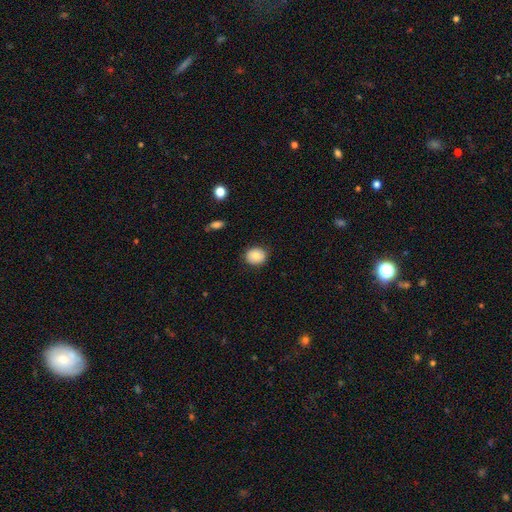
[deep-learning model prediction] A smooth galaxy with no disk features (82%) that is round (73%). Merging: none (87%).